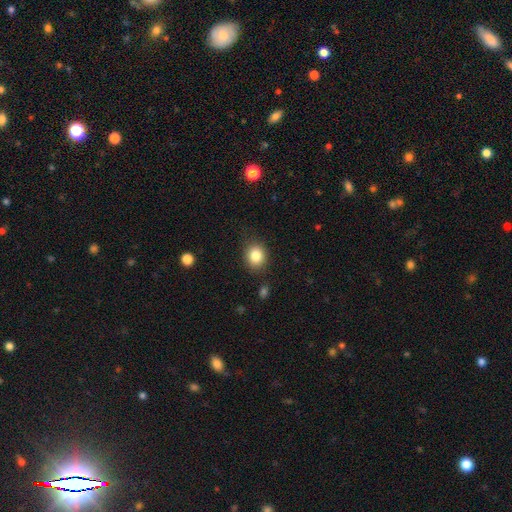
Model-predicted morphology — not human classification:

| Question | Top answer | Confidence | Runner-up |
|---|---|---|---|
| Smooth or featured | smooth | 84% | star or artifact (10%) |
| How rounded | round | 68% | in between (31%) |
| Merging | none | 84% | minor disturbance (11%) |